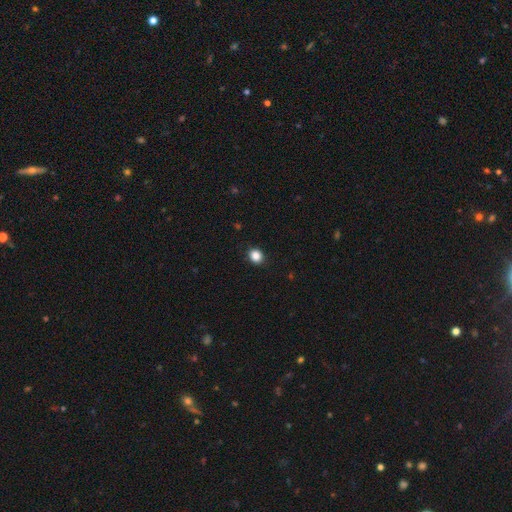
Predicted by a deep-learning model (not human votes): This is clearly a smooth galaxy (86%). How rounded: likely round (73%). Merging: clearly none (90%).